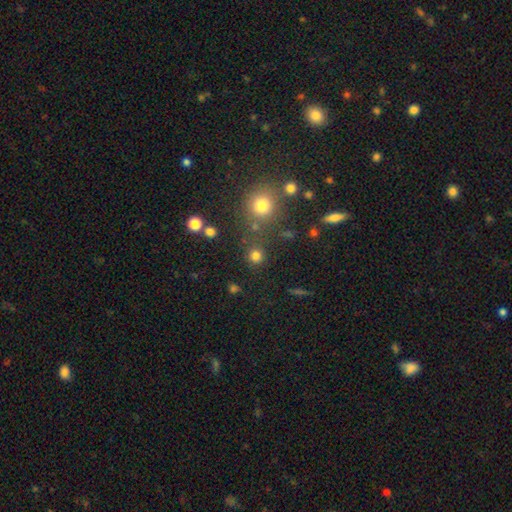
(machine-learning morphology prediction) Q: Smooth or featured?
A: smooth (77%); runner-up: star or artifact (18%)
Q: How rounded?
A: round (91%); runner-up: in between (8%)
Q: Merging?
A: none (81%); runner-up: minor disturbance (8%)